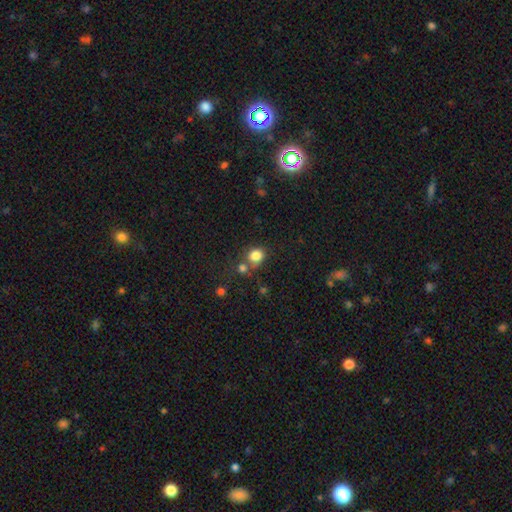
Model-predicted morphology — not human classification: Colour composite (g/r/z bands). It shows a smooth galaxy with no disk features (82%) that is round (73%). Merging: none (59%).